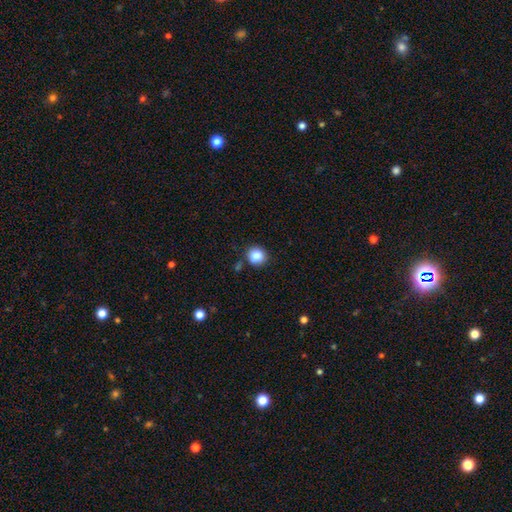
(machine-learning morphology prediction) Smooth or featured? Predicted: smooth (p=0.85). How rounded? Predicted: round (p=0.90). Merging? Predicted: none (p=0.85).